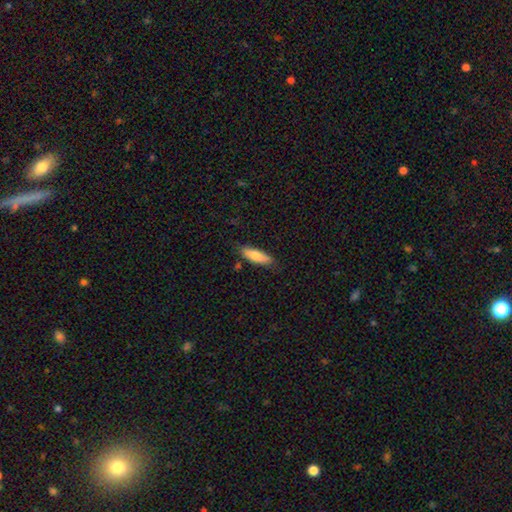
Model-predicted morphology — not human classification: This appears to be a smooth galaxy with no disk features (80%) that is cigar-shaped (52%). Merging: none (79%).